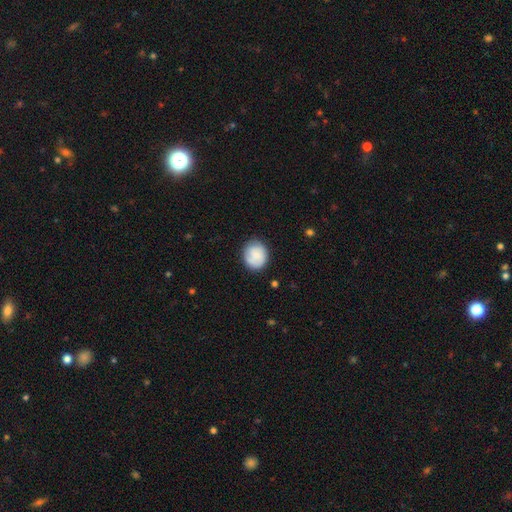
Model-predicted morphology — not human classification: smooth-or-featured: smooth: 79% | featured or disk: 14% | star or artifact: 7%
  how-rounded: round: 67% | in between: 32% | cigar-shaped: 1%
  merging: none: 79% | minor disturbance: 16% | major disturbance: 4% | merger: 1%